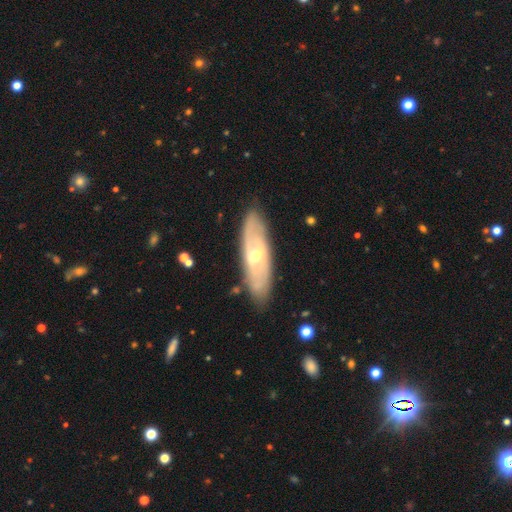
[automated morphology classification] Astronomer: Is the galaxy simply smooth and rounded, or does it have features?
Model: featured or disk — 71%.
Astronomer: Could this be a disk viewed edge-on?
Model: no — 75%.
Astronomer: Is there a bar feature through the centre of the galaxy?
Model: weak — 44% (runner-up: no, 37%).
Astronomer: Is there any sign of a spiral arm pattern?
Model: yes — 60% (runner-up: no, 40%).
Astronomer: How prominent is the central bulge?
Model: moderate — 55% (runner-up: small, 40%).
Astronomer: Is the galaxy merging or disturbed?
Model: none — 84%.